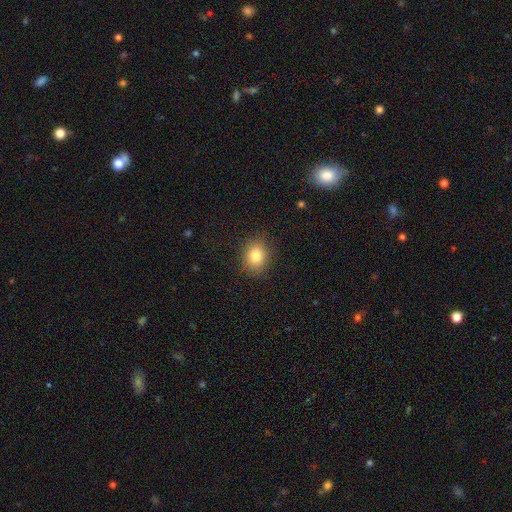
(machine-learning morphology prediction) Smooth or featured? smooth (83%)
How rounded? round (53%)
Merging? none (86%)